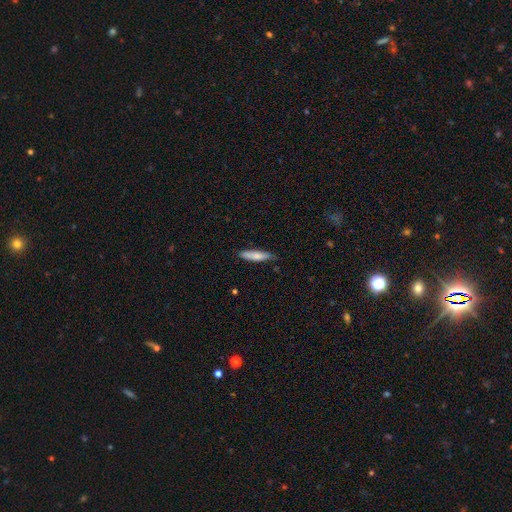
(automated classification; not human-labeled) Overall: smooth (77%). How rounded: cigar-shaped (79%). Merging: none (80%).